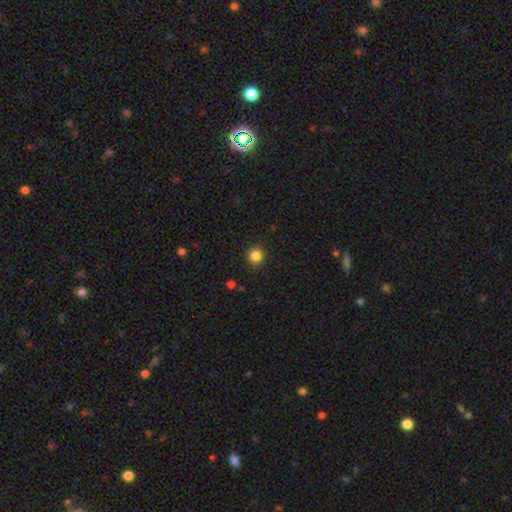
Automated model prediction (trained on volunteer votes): Smooth or featured: smooth — 85% (star or artifact — 11%)
How rounded: round — 92% (in between — 7%)
Merging: none — 91% (minor disturbance — 6%)